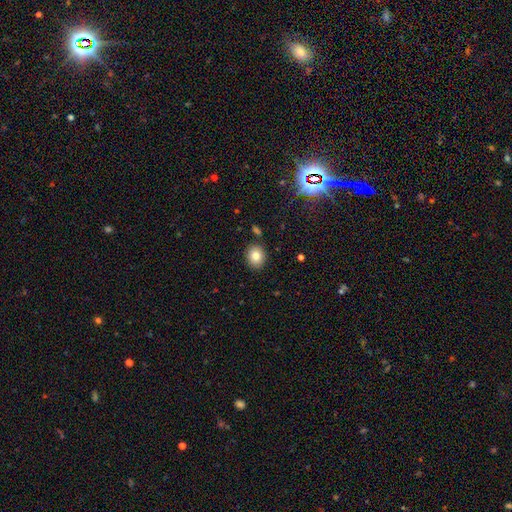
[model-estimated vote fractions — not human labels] Smooth or featured? Predicted: smooth (p=0.81). How rounded? Predicted: round (p=0.66). Merging? Predicted: none (p=0.87).